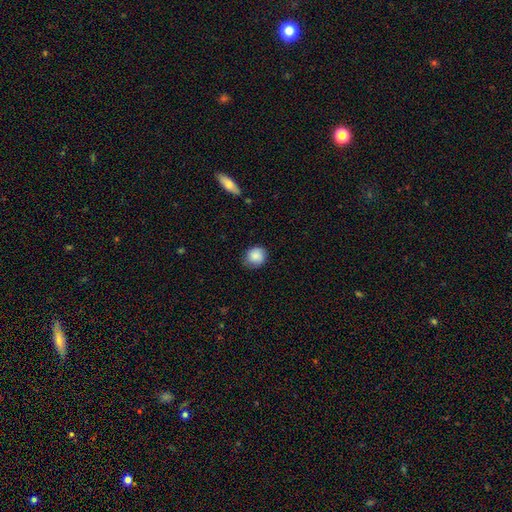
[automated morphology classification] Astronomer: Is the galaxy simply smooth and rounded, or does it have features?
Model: smooth — 85%.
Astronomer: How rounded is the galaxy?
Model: round — 85%.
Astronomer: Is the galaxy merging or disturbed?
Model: none — 74%.